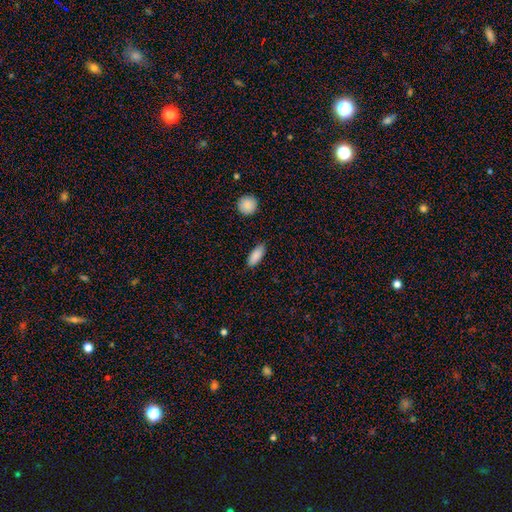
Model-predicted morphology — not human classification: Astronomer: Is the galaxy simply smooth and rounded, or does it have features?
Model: smooth — 87%.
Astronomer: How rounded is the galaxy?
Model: in between — 79%.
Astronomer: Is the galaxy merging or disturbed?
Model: none — 84%.